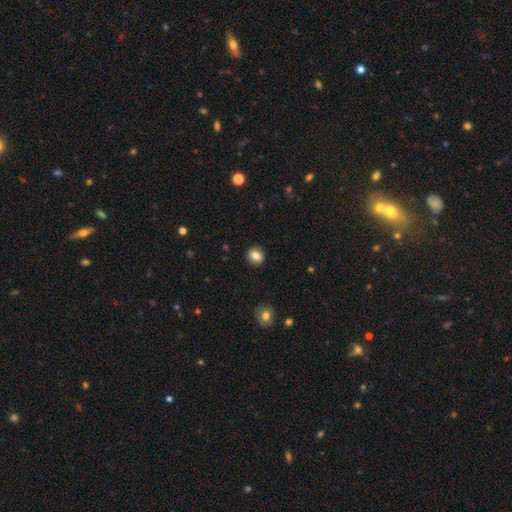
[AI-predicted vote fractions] smooth 83%, star or artifact 10%, featured or disk 7%. Down the decision tree: how rounded — round (77%); merging — none (91%).